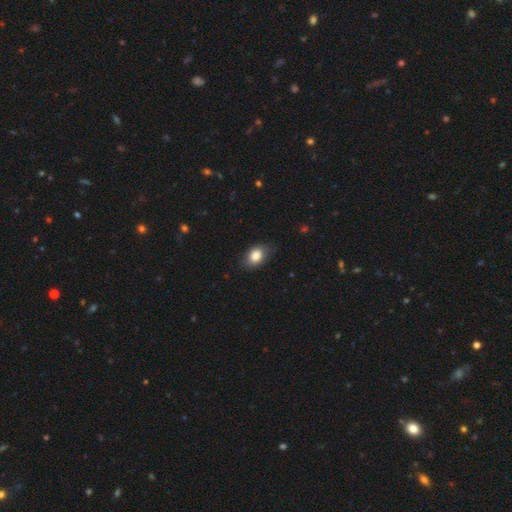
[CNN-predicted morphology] smooth_or_featured: smooth (p=0.83) [alt: featured or disk p=0.09]
how_rounded: in between (p=0.86) [alt: round p=0.12]
merging: none (p=0.79) [alt: minor disturbance p=0.17]